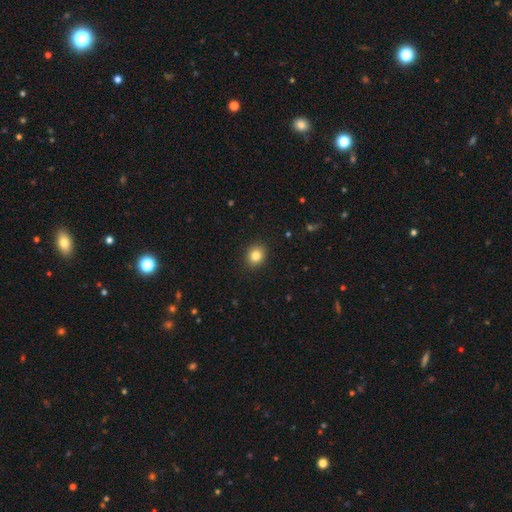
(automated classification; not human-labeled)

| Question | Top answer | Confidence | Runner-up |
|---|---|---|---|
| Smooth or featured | smooth | 83% | star or artifact (10%) |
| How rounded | round | 70% | in between (30%) |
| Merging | none | 91% | minor disturbance (7%) |